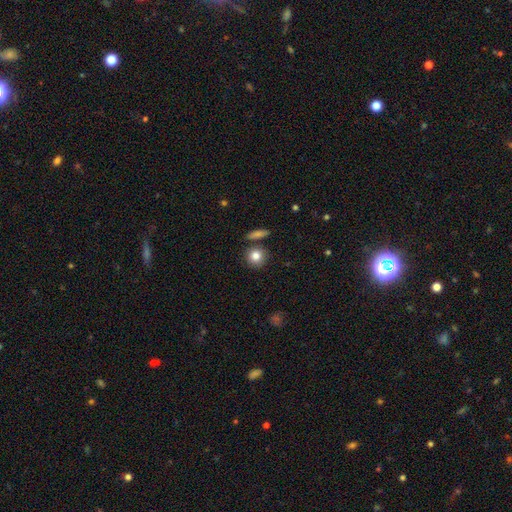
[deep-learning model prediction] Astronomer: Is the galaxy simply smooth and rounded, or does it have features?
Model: smooth — 83%.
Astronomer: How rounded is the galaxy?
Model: round — 87%.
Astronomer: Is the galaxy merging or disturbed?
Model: none — 79%.